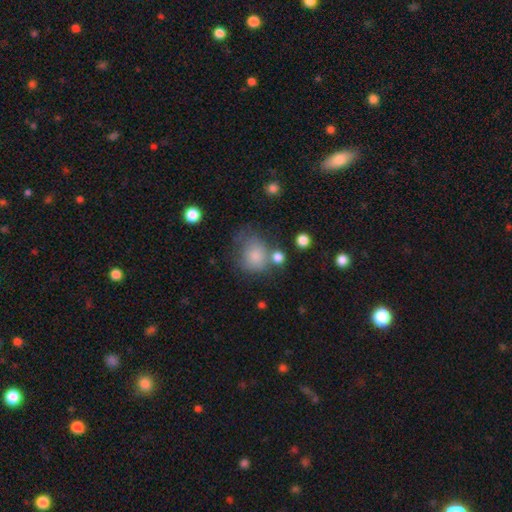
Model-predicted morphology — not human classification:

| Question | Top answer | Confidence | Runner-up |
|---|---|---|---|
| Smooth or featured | smooth | 77% | featured or disk (13%) |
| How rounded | round | 67% | in between (32%) |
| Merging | none | 43% | minor disturbance (25%) |